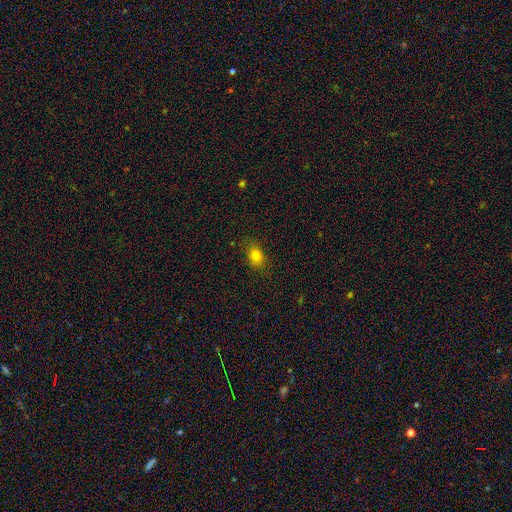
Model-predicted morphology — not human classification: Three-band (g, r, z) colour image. It shows a smooth galaxy with no disk features (80%) that is in between round and cigar-shaped (67%). Merging: none (83%).